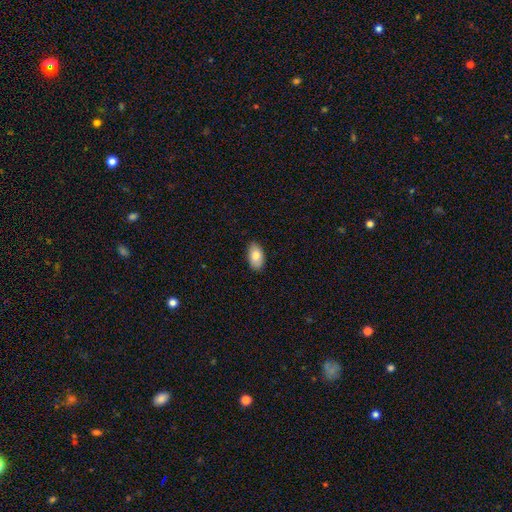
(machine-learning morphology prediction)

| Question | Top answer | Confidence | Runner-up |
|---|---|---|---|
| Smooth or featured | smooth | 80% | featured or disk (14%) |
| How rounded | in between | 94% | round (5%) |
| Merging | none | 87% | minor disturbance (10%) |